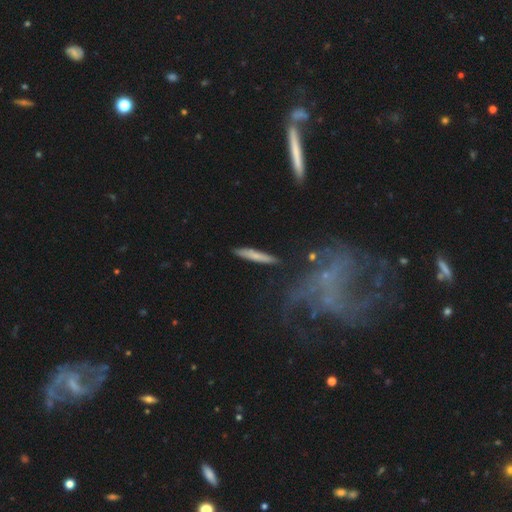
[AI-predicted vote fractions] Morphology: type=smooth (64%); roundness=cigar-shaped (92%); merging=none (84%).